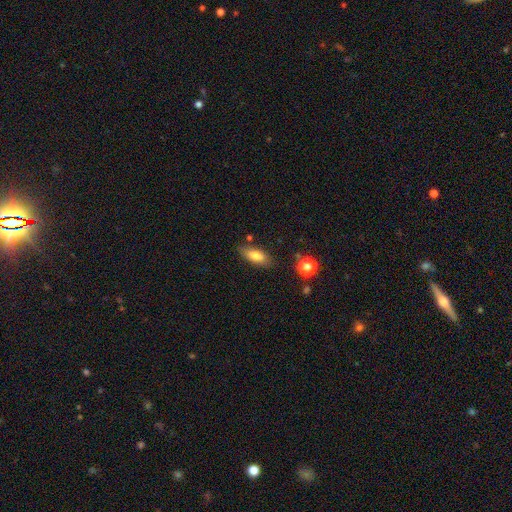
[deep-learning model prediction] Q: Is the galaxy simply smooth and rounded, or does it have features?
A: smooth — 77%.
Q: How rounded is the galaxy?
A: in between — 77%.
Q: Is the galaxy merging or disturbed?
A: none — 79%.